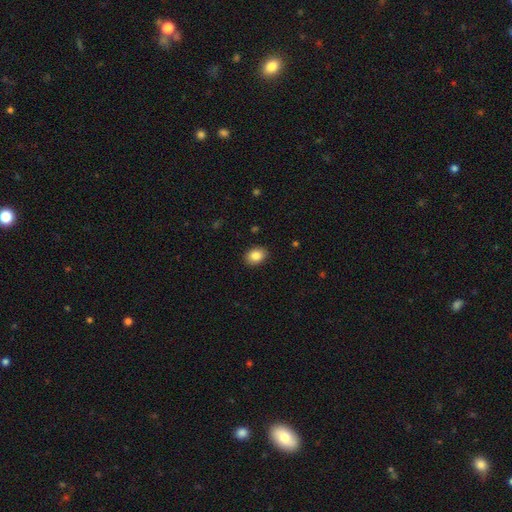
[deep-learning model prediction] Overall: smooth (86%). How rounded: in between (69%; round 30%). Merging: none (89%).